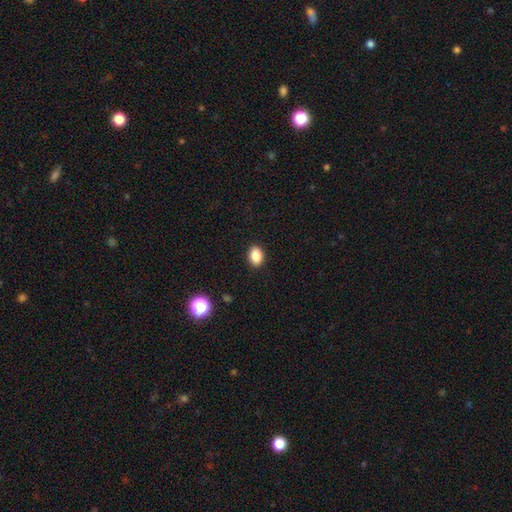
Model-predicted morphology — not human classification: smooth_or_featured: smooth (p=0.87) [alt: star or artifact p=0.10]
how_rounded: in between (p=0.75) [alt: round p=0.24]
merging: none (p=0.90) [alt: minor disturbance p=0.07]